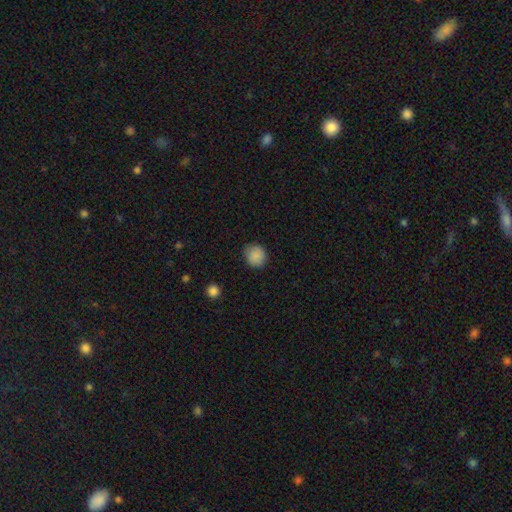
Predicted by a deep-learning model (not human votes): This is clearly a smooth galaxy (88%). How rounded: clearly round (85%). Merging: clearly none (85%).